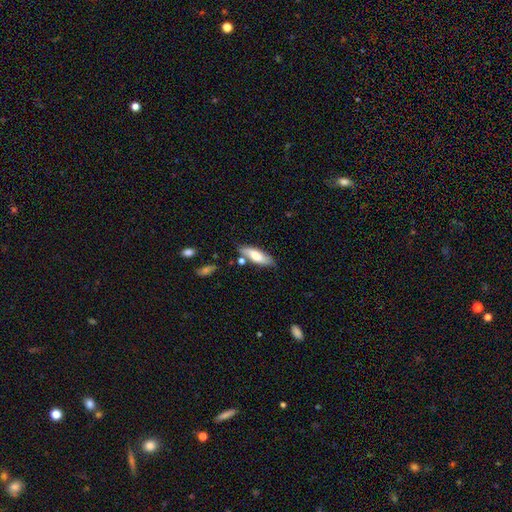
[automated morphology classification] smooth_or_featured: smooth (p=0.70) [alt: featured or disk p=0.24]
how_rounded: in between (p=0.59) [alt: cigar-shaped p=0.39]
merging: none (p=0.72) [alt: minor disturbance p=0.18]